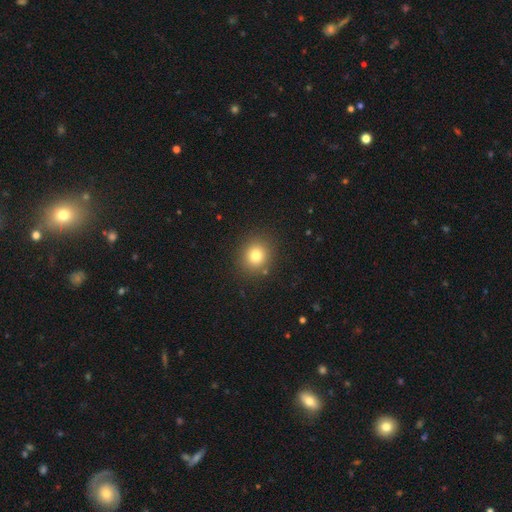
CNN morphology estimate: A smooth galaxy with no disk features (79%) that is round (81%).

Vote fractions:
- Smooth or featured? smooth: 79% / star or artifact: 13% / featured or disk: 8%
- How rounded? round: 81% / in between: 18% / cigar-shaped: 1%
- Merging? none: 87% / minor disturbance: 8% / major disturbance: 3% / merger: 2%